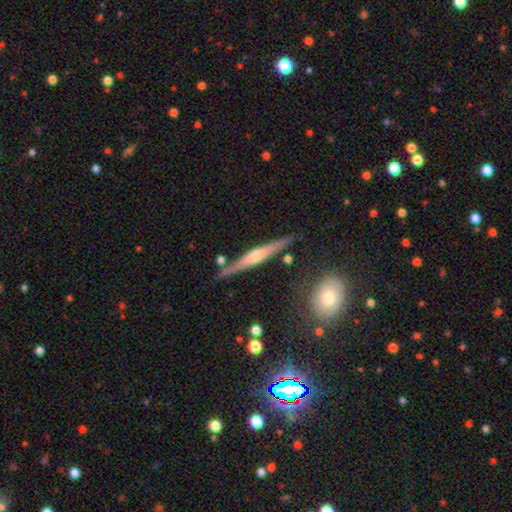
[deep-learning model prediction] Smooth or featured?
  - featured or disk: 74% *
  - smooth: 18%
  - star or artifact: 8%
Edge-on disk?
  - yes: 97% *
  - no: 3%
Edge-on bulge?
  - rounded: 73% *
  - boxy: 14%
  - none: 13%
Merging?
  - none: 85% *
  - minor disturbance: 10%
  - merger: 3%
  - major disturbance: 2%